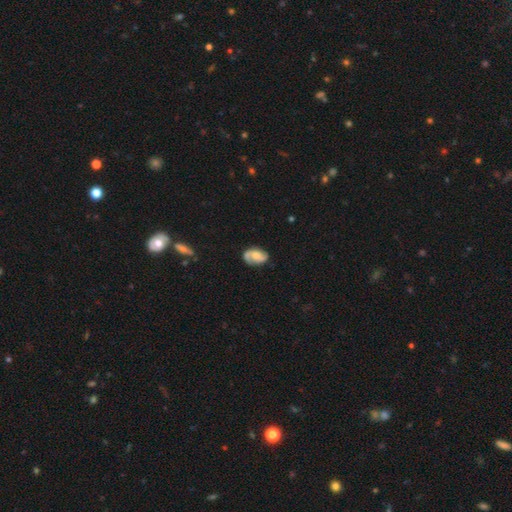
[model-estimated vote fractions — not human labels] Morphology: type=featured or disk (55%); edge-on=no (97%); bar=no (60%); spiral arms=yes (88%); bulge=moderate (39%); merging=none (65%).